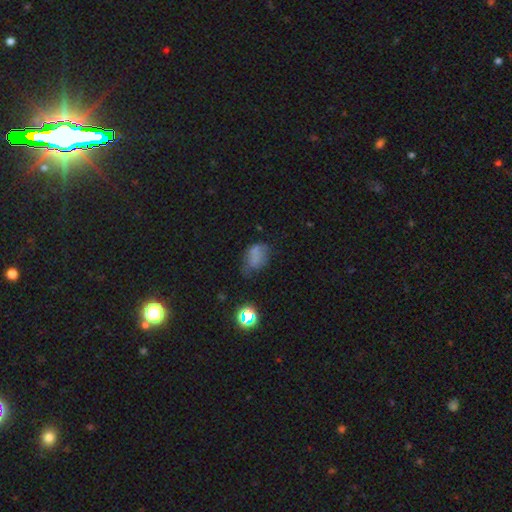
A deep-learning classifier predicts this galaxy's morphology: A smooth galaxy with no disk features (63%) that is in between round and cigar-shaped (77%).

Vote fractions:
- Smooth or featured? smooth: 63% / star or artifact: 19% / featured or disk: 18%
- How rounded? in between: 77% / round: 21% / cigar-shaped: 2%
- Merging? none: 38% / minor disturbance: 35% / major disturbance: 22% / merger: 4%